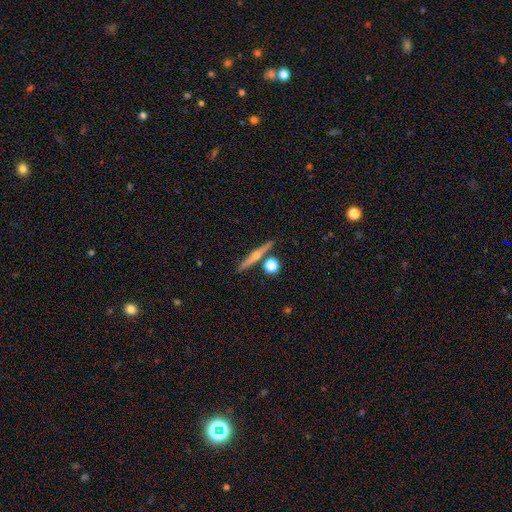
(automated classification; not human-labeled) Morphology: type=featured or disk (65%); edge-on=yes (97%); edge-on bulge=rounded (86%); merging=none (84%).